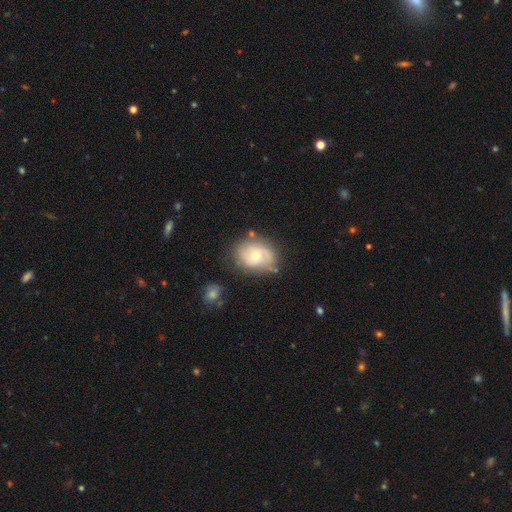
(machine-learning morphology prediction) Smooth or featured?
  - featured or disk: 59% *
  - smooth: 34%
  - star or artifact: 7%
Edge-on disk?
  - no: 97% *
  - yes: 3%
Bar?
  - no: 70% *
  - weak: 27%
  - strong: 4%
Spiral arms?
  - yes: 80% *
  - no: 20%
Bulge size?
  - moderate: 55% *
  - small: 40%
  - large: 3%
  - none: 1%
  - dominant: 1%
Merging?
  - none: 67% *
  - minor disturbance: 21%
  - major disturbance: 7%
  - merger: 5%